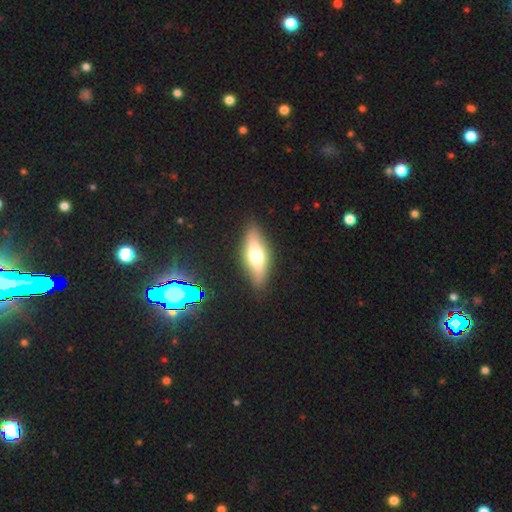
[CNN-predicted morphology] Overall: smooth (52%; featured or disk 40%). How rounded: in between (58%; cigar-shaped 39%). Merging: none (85%).